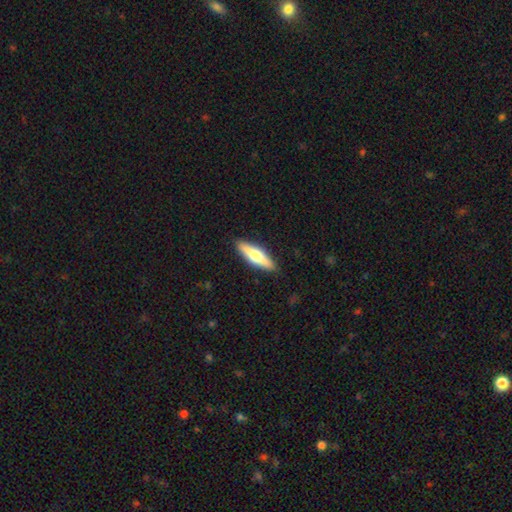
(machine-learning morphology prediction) The model was most divided on "smooth or featured": featured or disk: 48%, smooth: 47%, star or artifact: 5%. More confident: merging — none (90%).